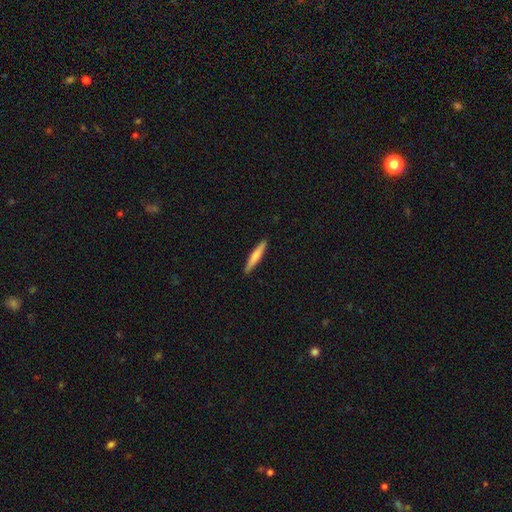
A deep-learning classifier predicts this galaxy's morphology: This appears to be a smooth galaxy with no disk features (68%) that is cigar-shaped (92%). Merging: none (91%).